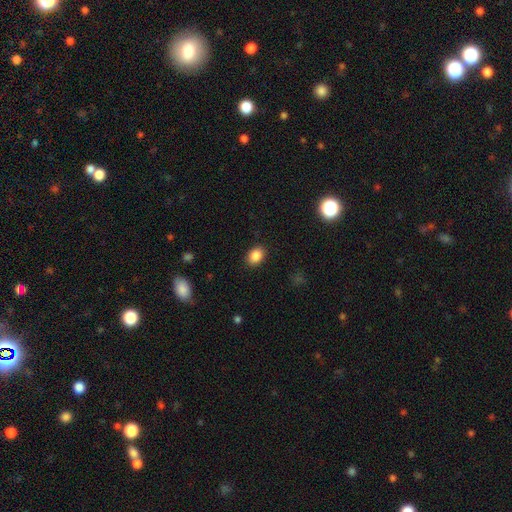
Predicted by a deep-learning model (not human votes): Morphology: type=smooth (86%); roundness=in between (67%); merging=none (89%).